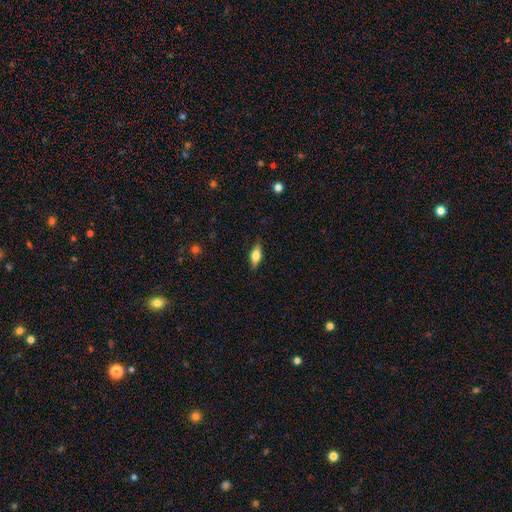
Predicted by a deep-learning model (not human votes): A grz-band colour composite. It shows a smooth galaxy with no disk features (66%) that is in between round and cigar-shaped (77%). Merging: none (86%).